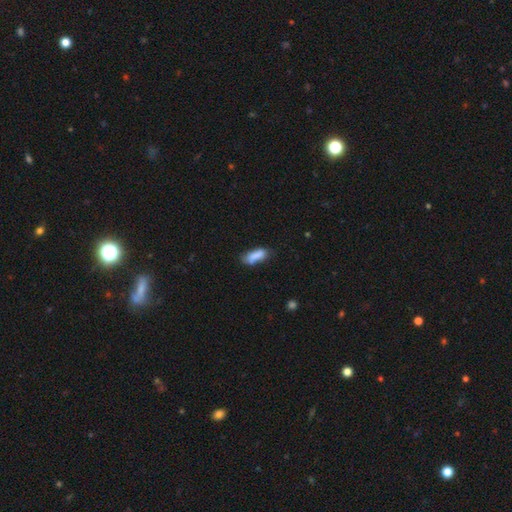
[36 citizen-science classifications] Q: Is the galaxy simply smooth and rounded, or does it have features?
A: smooth — 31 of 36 (86%).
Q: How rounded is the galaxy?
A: in between — 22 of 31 (71%).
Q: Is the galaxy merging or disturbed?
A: none — 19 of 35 (54%).